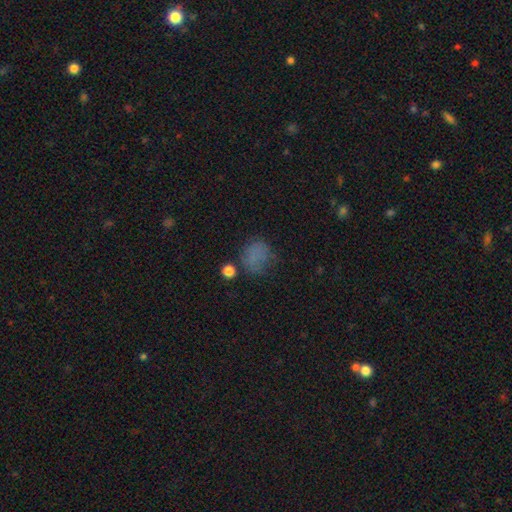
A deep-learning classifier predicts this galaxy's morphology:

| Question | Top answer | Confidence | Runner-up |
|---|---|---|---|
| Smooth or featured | smooth | 69% | star or artifact (20%) |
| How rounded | round | 72% | in between (27%) |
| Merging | none | 55% | minor disturbance (24%) |